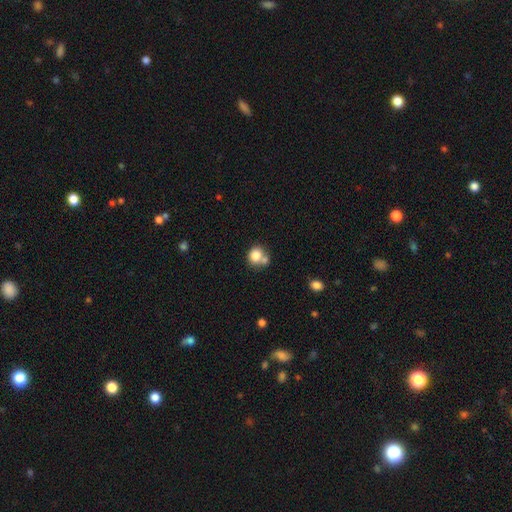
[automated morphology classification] This appears to be a smooth galaxy with no disk features (80%) that is round (78%). Merging: none (47%).